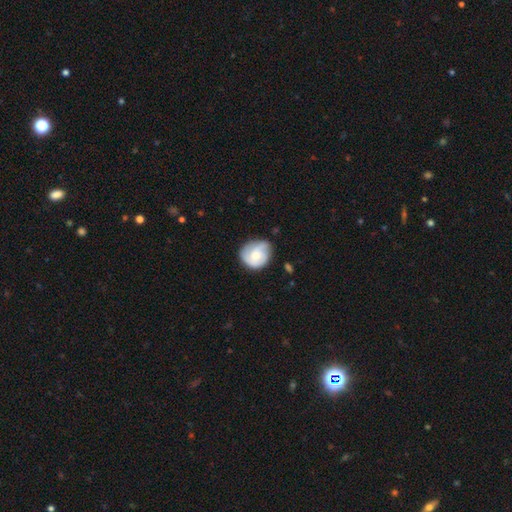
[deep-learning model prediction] Q: Smooth or featured?
A: featured or disk (53%); runner-up: smooth (41%)
Q: Edge-on disk?
A: no (98%); runner-up: yes (2%)
Q: Bar?
A: no (70%); runner-up: weak (26%)
Q: Spiral arms?
A: yes (87%); runner-up: no (13%)
Q: Bulge size?
A: moderate (50%); runner-up: small (33%)
Q: Merging?
A: none (63%); runner-up: minor disturbance (26%)